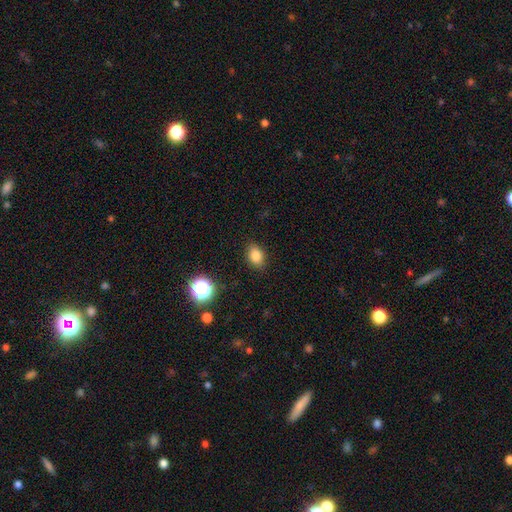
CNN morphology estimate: smooth_or_featured: smooth (p=0.82) [alt: star or artifact p=0.12]
how_rounded: in between (p=0.71) [alt: round p=0.28]
merging: none (p=0.87) [alt: minor disturbance p=0.10]